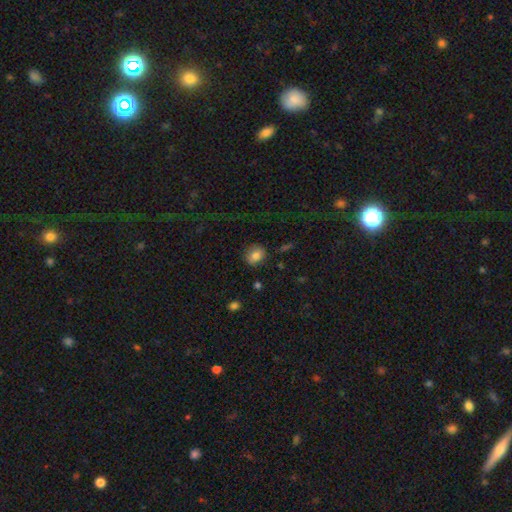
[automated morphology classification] smooth 82%, star or artifact 10%, featured or disk 8%. Down the decision tree: how rounded — round (64%); merging — none (83%).